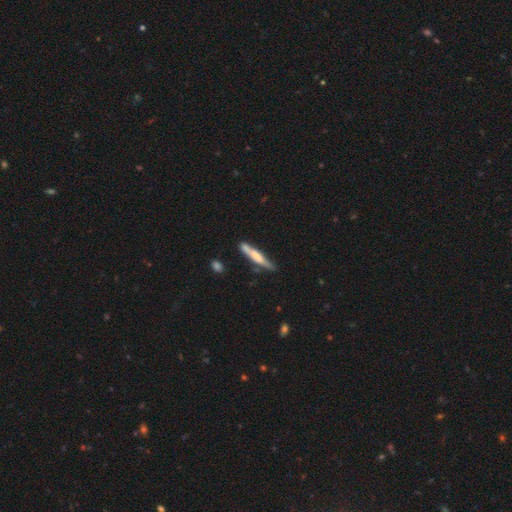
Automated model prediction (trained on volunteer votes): Overall: smooth (50%; featured or disk 44%). How rounded: cigar-shaped (91%). Merging: none (67%).